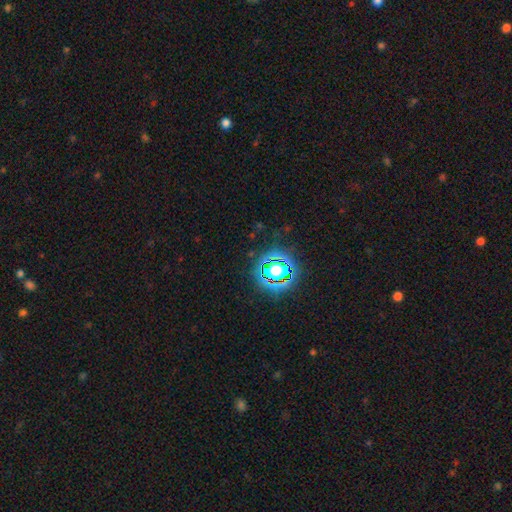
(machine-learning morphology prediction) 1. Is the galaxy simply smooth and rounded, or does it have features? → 81% star or artifact, 12% smooth, 7% featured or disk.